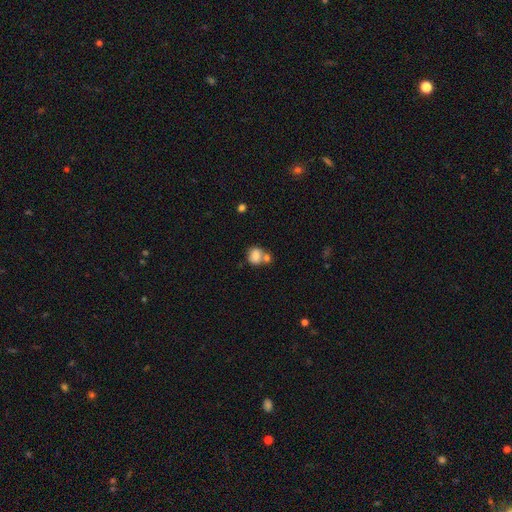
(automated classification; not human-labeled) A smooth galaxy with no disk features (79%) that is round (57%).

Vote fractions:
- Smooth or featured? smooth: 79% / featured or disk: 12% / star or artifact: 9%
- How rounded? round: 57% / in between: 42% / cigar-shaped: 1%
- Merging? merger: 46% / none: 36% / minor disturbance: 13% / major disturbance: 6%